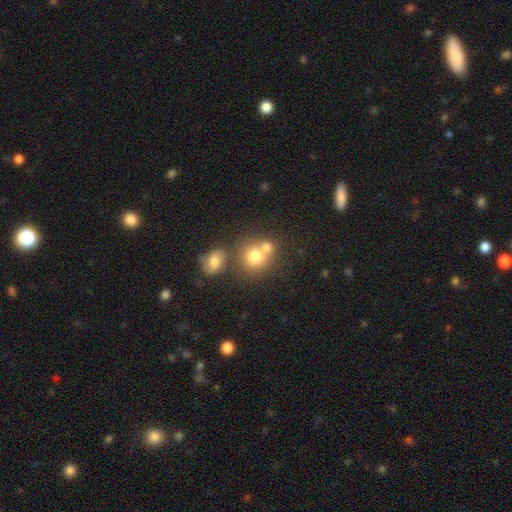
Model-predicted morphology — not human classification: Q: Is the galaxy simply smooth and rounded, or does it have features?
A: smooth — 74%.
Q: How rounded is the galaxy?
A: round — 81%.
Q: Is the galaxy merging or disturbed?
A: none — 44%.